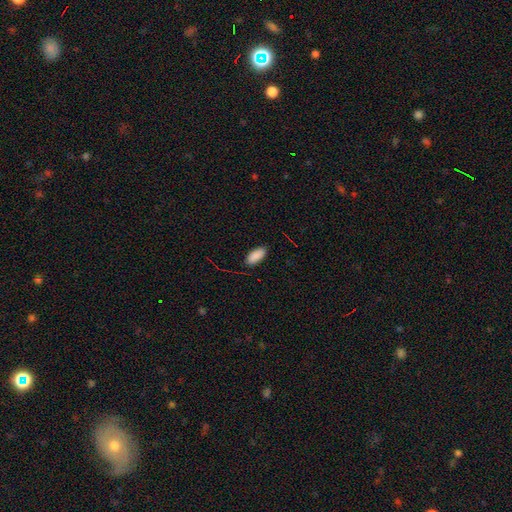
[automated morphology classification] Q: Smooth or featured?
A: smooth (90%); runner-up: star or artifact (7%)
Q: How rounded?
A: in between (90%); runner-up: cigar-shaped (8%)
Q: Merging?
A: none (83%); runner-up: minor disturbance (13%)